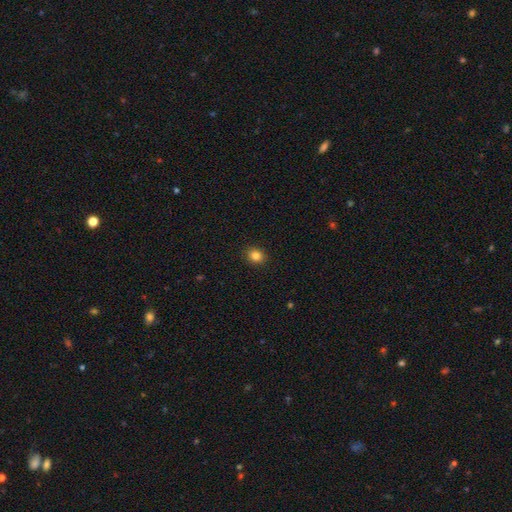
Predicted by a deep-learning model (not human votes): Q: Smooth or featured?
A: smooth (84%); runner-up: star or artifact (11%)
Q: How rounded?
A: round (60%); runner-up: in between (39%)
Q: Merging?
A: none (91%); runner-up: minor disturbance (6%)